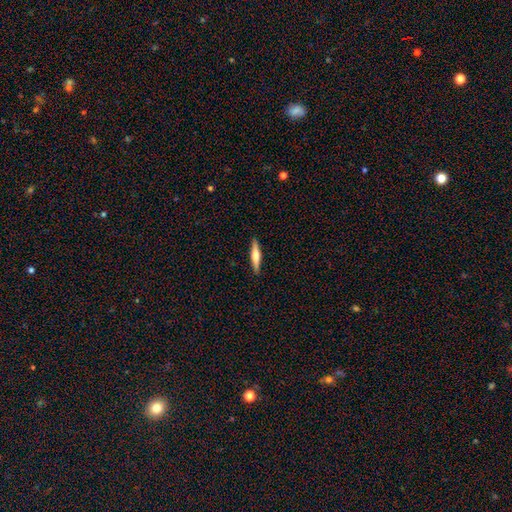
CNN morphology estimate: The model was most divided on "smooth or featured": smooth: 51%, featured or disk: 44%, star or artifact: 5%. More confident: merging — none (90%); how rounded — cigar-shaped (86%).